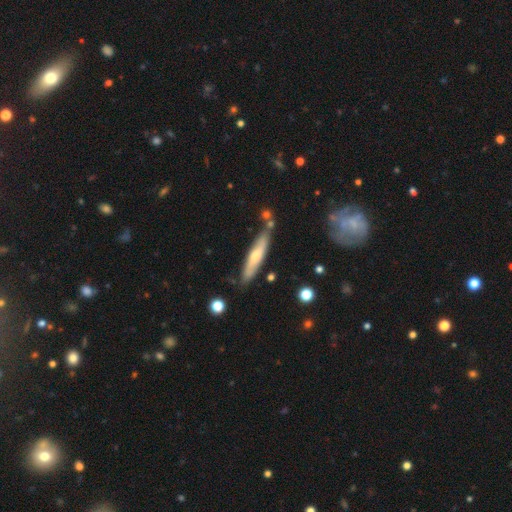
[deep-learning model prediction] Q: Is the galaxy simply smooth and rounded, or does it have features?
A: smooth — 50%.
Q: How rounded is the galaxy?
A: cigar-shaped — 84%.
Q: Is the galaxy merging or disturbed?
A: none — 76%.